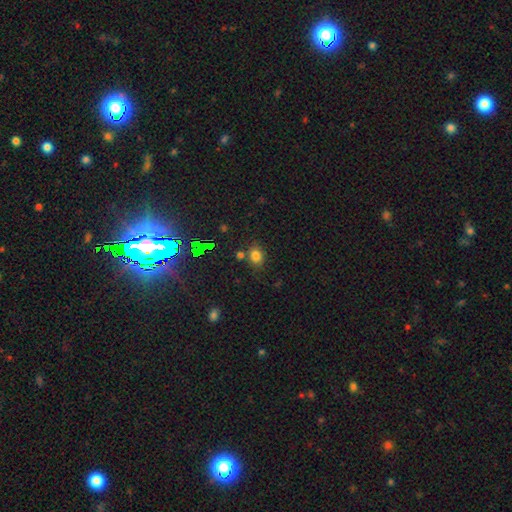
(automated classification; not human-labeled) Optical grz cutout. It shows a smooth galaxy with no disk features (78%) that is in between round and cigar-shaped (53%). Merging: none (73%).